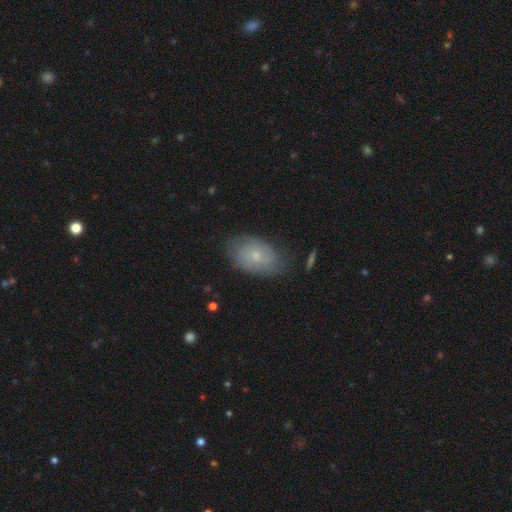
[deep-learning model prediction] smooth 52%, featured or disk 40%, star or artifact 8%. Down the decision tree: how rounded — in between (88%); merging — none (69%).